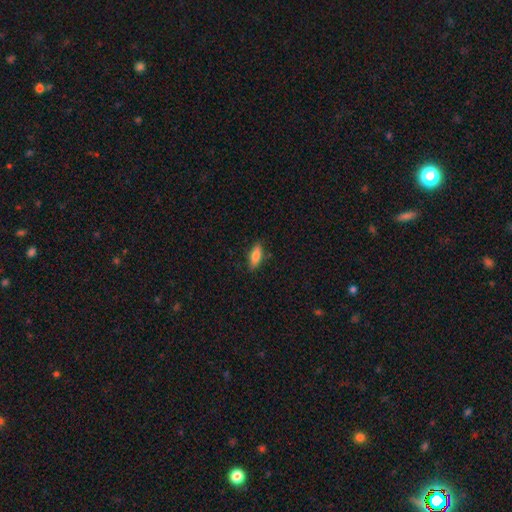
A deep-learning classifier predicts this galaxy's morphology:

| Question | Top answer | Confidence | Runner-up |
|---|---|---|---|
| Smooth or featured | smooth | 81% | featured or disk (12%) |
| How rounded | in between | 66% | cigar-shaped (32%) |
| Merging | none | 84% | minor disturbance (12%) |